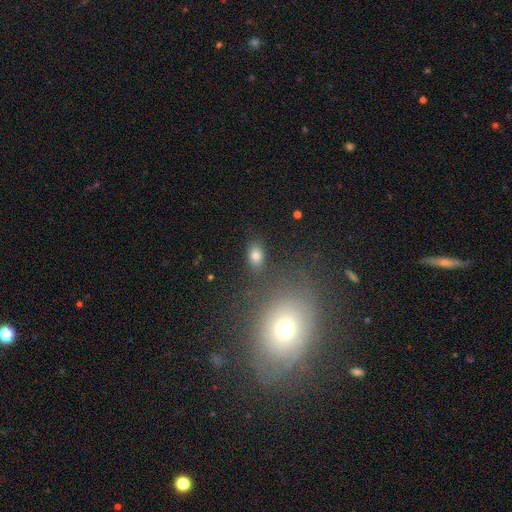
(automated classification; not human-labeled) Smooth or featured: smooth — 79% (star or artifact — 13%)
How rounded: in between — 84% (round — 14%)
Merging: none — 82% (minor disturbance — 10%)